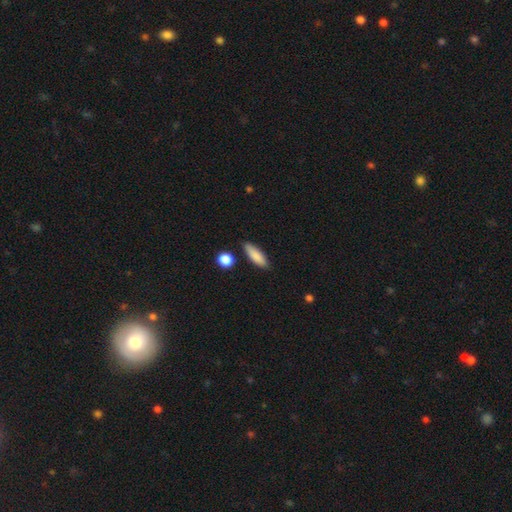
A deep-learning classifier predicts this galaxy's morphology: A smooth galaxy with no disk features (86%) that is in between round and cigar-shaped (54%). Merging: none (82%).